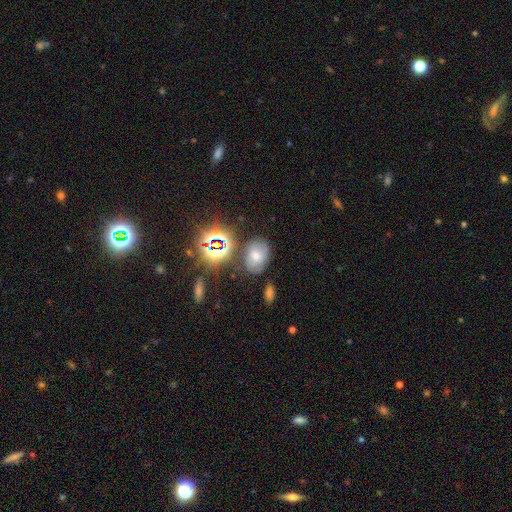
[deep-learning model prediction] Smooth or featured? Predicted: smooth (p=0.38). Merging? Predicted: none (p=0.72).